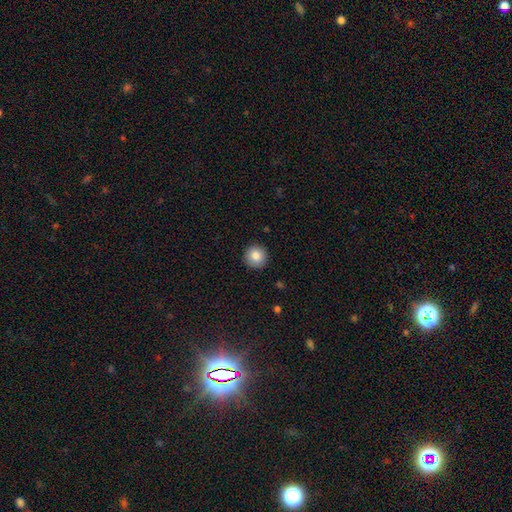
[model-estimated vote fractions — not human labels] The model was most divided on "smooth or featured": smooth: 85%, star or artifact: 9%, featured or disk: 6%. More confident: how rounded — round (95%); merging — none (92%).